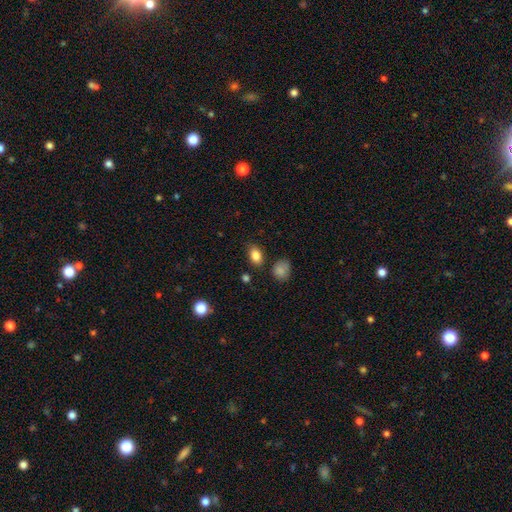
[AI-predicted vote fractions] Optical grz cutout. It shows a smooth galaxy with no disk features (84%) that is in between round and cigar-shaped (80%). Merging: none (79%).